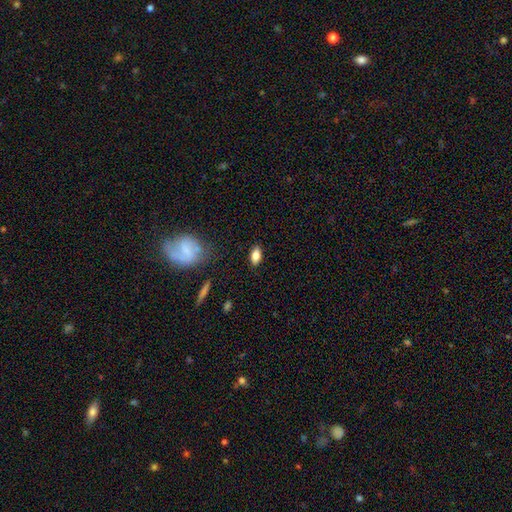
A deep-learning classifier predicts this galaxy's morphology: Smooth or featured? smooth (81%)
How rounded? in between (87%)
Merging? none (85%)